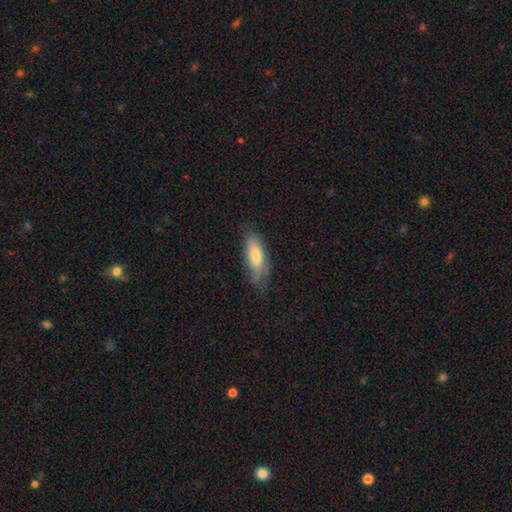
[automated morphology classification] type=smooth (73%); roundness=in between (68%); merging=none (66%).